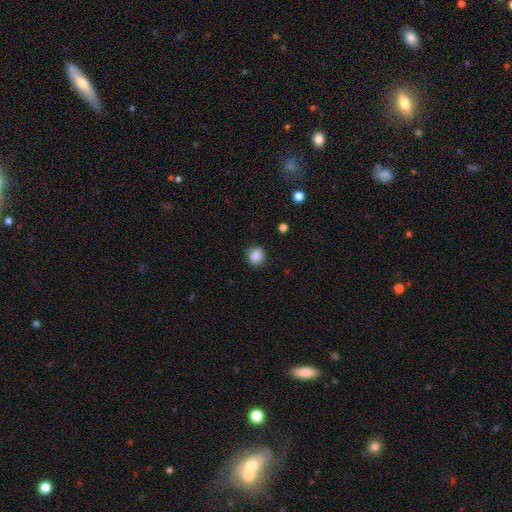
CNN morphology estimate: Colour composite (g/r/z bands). It shows a smooth galaxy with no disk features (87%) that is round (74%). Merging: none (86%).